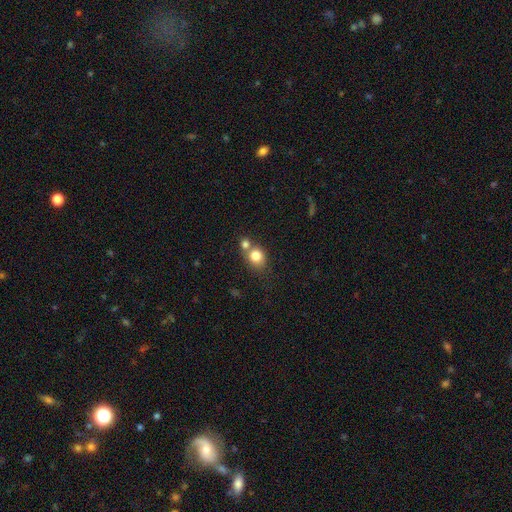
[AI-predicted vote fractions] Smooth or featured: smooth — 81% (star or artifact — 10%)
How rounded: round — 74% (in between — 25%)
Merging: none — 45% (merger — 43%)